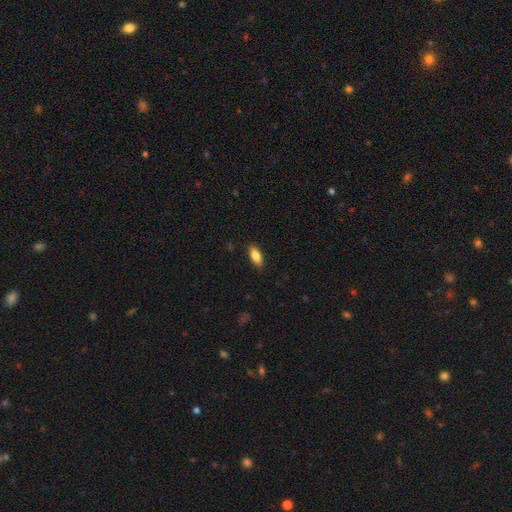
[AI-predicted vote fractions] smooth-or-featured: smooth: 82% | featured or disk: 11% | star or artifact: 7%
  how-rounded: in between: 81% | cigar-shaped: 17% | round: 2%
  merging: none: 87% | minor disturbance: 10% | major disturbance: 2% | merger: 1%